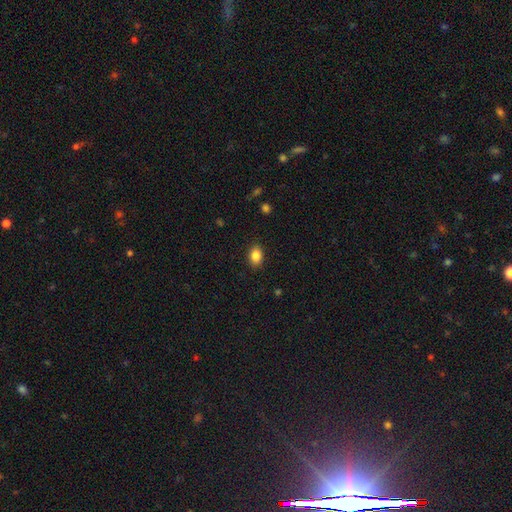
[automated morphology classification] The model was most divided on "how rounded": in between: 76%, round: 23%, cigar-shaped: 1%. More confident: merging — none (87%); smooth or featured — smooth (86%).